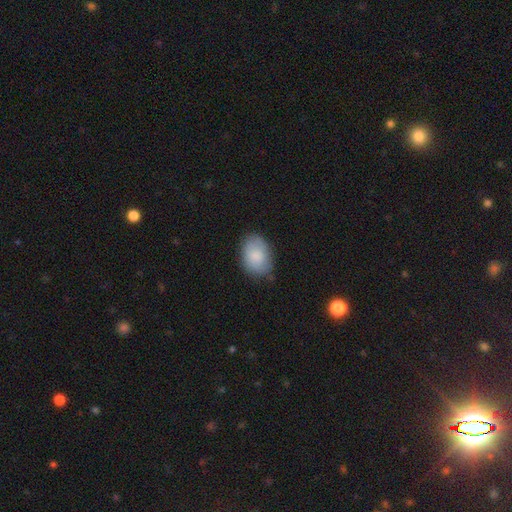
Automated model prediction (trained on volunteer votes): Q: Smooth or featured?
A: smooth (83%); runner-up: featured or disk (11%)
Q: How rounded?
A: in between (83%); runner-up: round (16%)
Q: Merging?
A: none (73%); runner-up: minor disturbance (21%)